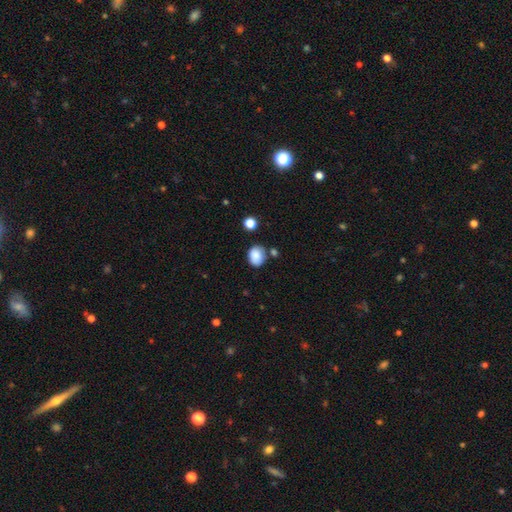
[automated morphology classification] Smooth or featured?
  - smooth: 85% *
  - star or artifact: 9%
  - featured or disk: 6%
How rounded?
  - round: 52% *
  - in between: 47%
  - cigar-shaped: 1%
Merging?
  - none: 69% *
  - minor disturbance: 18%
  - merger: 9%
  - major disturbance: 4%